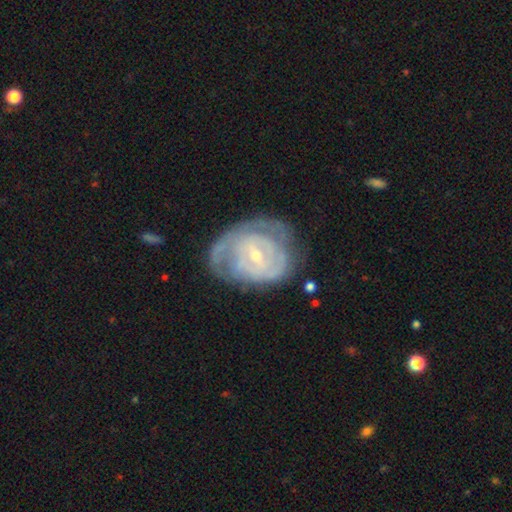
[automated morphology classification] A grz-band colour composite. It shows a featured or disk galaxy (81%) with a weak bar (47%), tight (68%) spiral arms (85%) and a small central bulge (63%). Merging: none (58%).